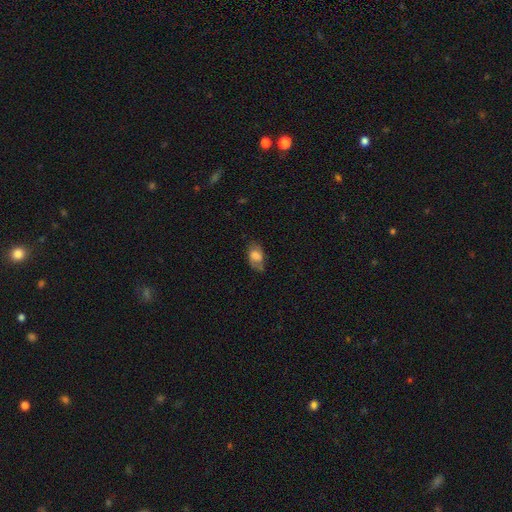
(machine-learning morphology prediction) A smooth galaxy with no disk features (63%) that is in between round and cigar-shaped (90%).

Vote fractions:
- Smooth or featured? smooth: 63% / featured or disk: 28% / star or artifact: 9%
- How rounded? in between: 90% / round: 8% / cigar-shaped: 3%
- Merging? none: 60% / minor disturbance: 27% / major disturbance: 11% / merger: 2%